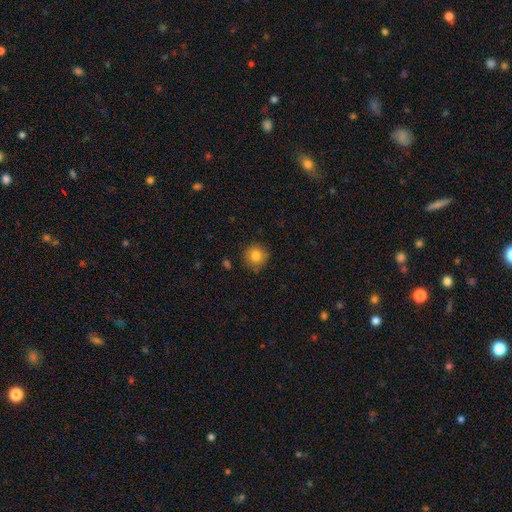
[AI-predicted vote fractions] Smooth or featured? smooth (82%)
How rounded? round (92%)
Merging? none (86%)